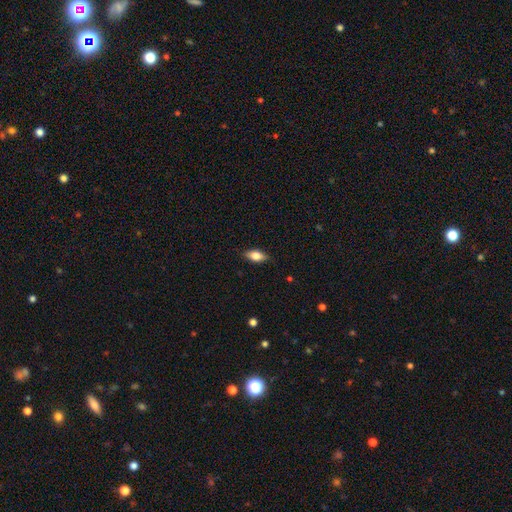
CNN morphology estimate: Q: Smooth or featured?
A: smooth (74%); runner-up: featured or disk (19%)
Q: How rounded?
A: in between (85%); runner-up: cigar-shaped (11%)
Q: Merging?
A: none (85%); runner-up: minor disturbance (12%)